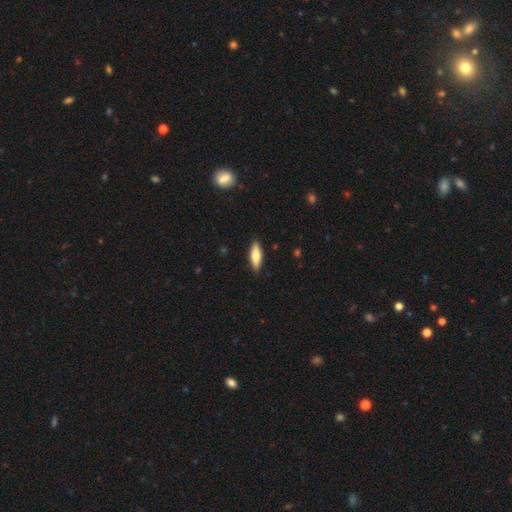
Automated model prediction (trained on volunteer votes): smooth-or-featured: smooth: 69% | featured or disk: 25% | star or artifact: 6%
  how-rounded: in between: 53% | cigar-shaped: 45% | round: 2%
  merging: none: 88% | minor disturbance: 9% | major disturbance: 2% | merger: 1%